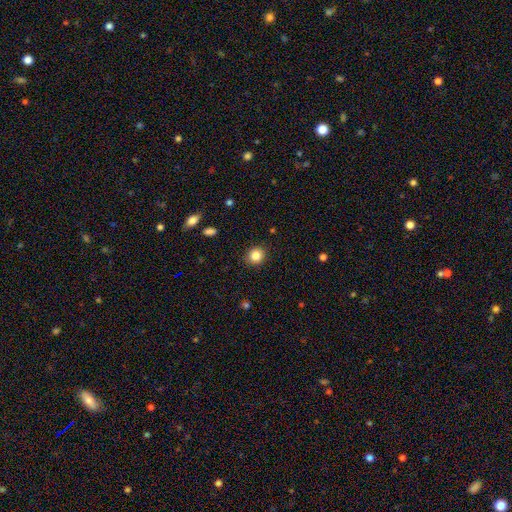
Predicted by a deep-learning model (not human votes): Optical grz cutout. It shows a smooth galaxy with no disk features (85%) that is round (87%). Merging: none (90%).